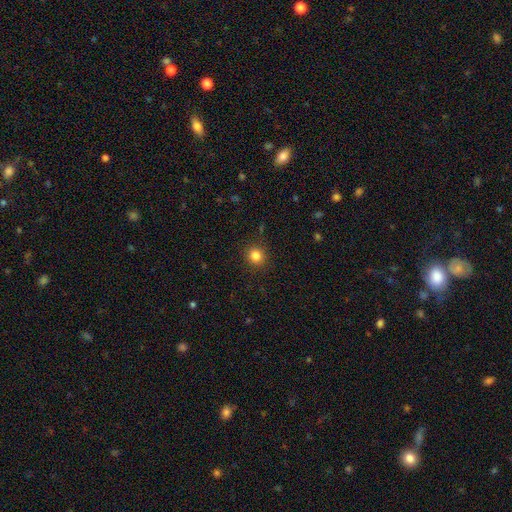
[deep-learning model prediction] Smooth or featured? Predicted: smooth (p=0.83). How rounded? Predicted: round (p=0.90). Merging? Predicted: none (p=0.91).